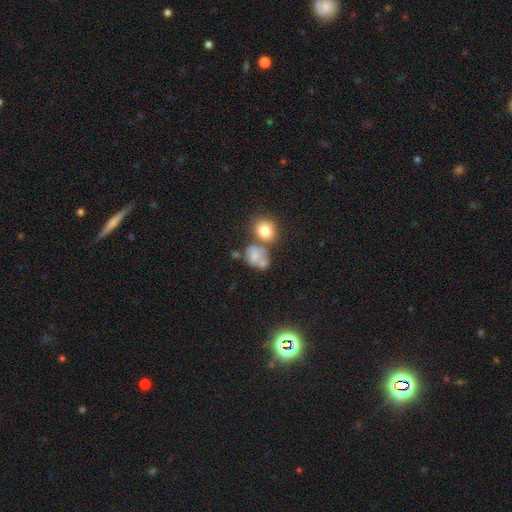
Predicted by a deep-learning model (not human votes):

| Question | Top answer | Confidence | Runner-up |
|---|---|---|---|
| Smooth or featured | smooth | 64% | featured or disk (23%) |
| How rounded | round | 51% | in between (47%) |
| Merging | merger | 43% | none (31%) |